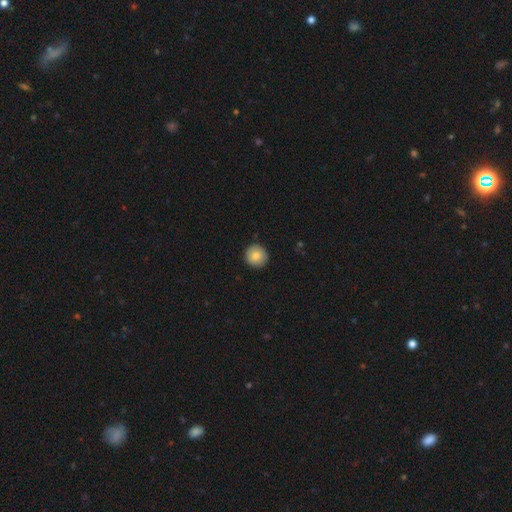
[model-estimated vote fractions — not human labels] Q: Smooth or featured?
A: smooth (84%); runner-up: featured or disk (9%)
Q: How rounded?
A: round (95%); runner-up: in between (4%)
Q: Merging?
A: none (91%); runner-up: minor disturbance (6%)